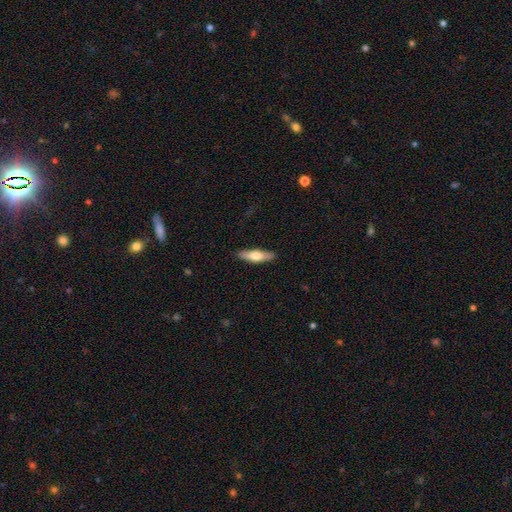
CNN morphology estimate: Smooth or featured?
  - smooth: 59% *
  - featured or disk: 36%
  - star or artifact: 5%
How rounded?
  - cigar-shaped: 65% *
  - in between: 33%
  - round: 2%
Merging?
  - none: 87% *
  - minor disturbance: 9%
  - major disturbance: 2%
  - merger: 1%